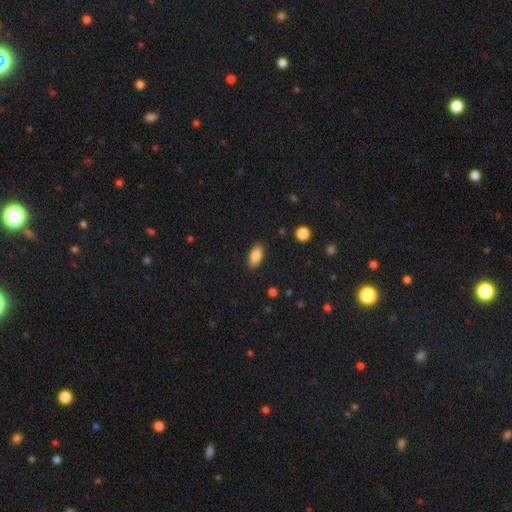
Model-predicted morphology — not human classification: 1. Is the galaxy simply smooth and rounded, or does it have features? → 84% smooth, 8% featured or disk, 7% star or artifact.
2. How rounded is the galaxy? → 91% in between, 6% cigar-shaped, 4% round.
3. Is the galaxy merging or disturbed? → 87% none, 10% minor disturbance, 2% major disturbance, 1% merger.